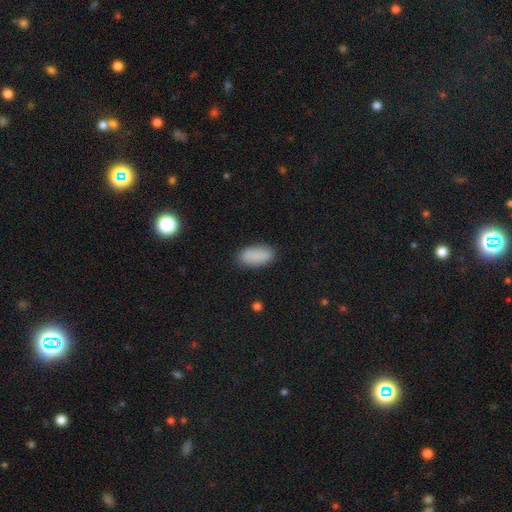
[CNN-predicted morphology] A smooth galaxy with no disk features (86%) that is in between round and cigar-shaped (89%).

Vote fractions:
- Smooth or featured? smooth: 86% / star or artifact: 7% / featured or disk: 6%
- How rounded? in between: 89% / cigar-shaped: 8% / round: 2%
- Merging? none: 84% / minor disturbance: 12% / major disturbance: 3% / merger: 1%